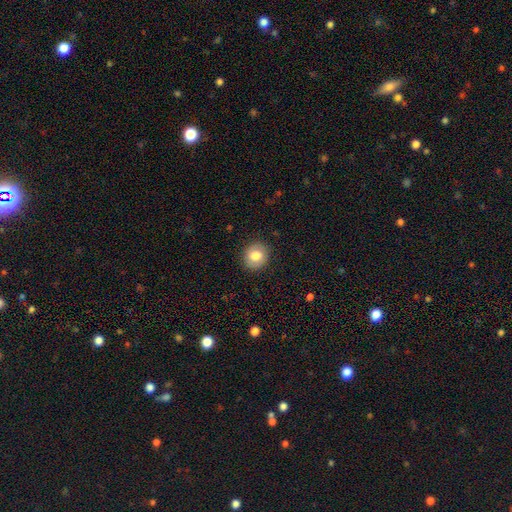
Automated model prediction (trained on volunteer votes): Smooth or featured?
  - smooth: 80% *
  - featured or disk: 12%
  - star or artifact: 8%
How rounded?
  - round: 80% *
  - in between: 19%
  - cigar-shaped: 1%
Merging?
  - none: 89% *
  - minor disturbance: 8%
  - major disturbance: 2%
  - merger: 1%